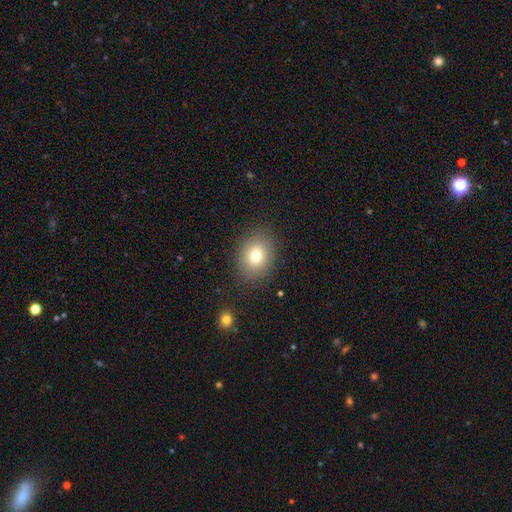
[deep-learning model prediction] smooth-or-featured: smooth: 78% | featured or disk: 11% | star or artifact: 10%
  how-rounded: in between: 63% | round: 36% | cigar-shaped: 1%
  merging: none: 85% | minor disturbance: 10% | major disturbance: 3% | merger: 2%